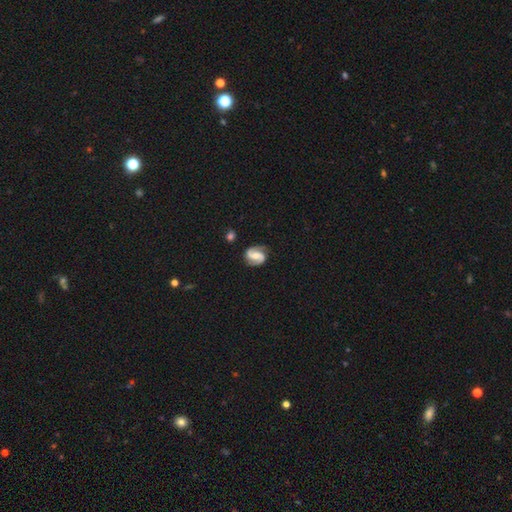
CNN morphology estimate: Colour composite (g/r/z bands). It shows a featured or disk galaxy (86%) with a weak bar (43%), 2 (93%) medium (52%) spiral arms (97%) and a moderate central bulge (51%). Merging: none (81%).